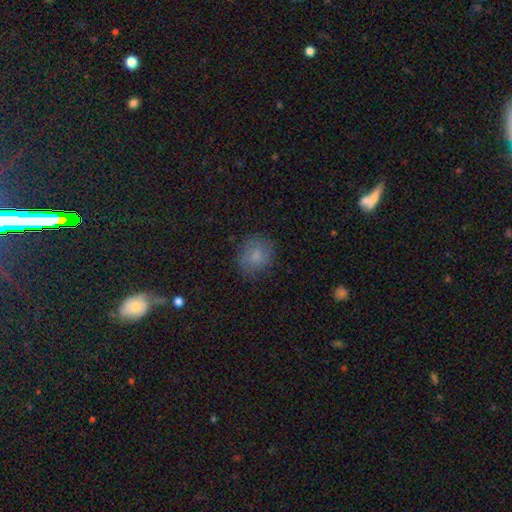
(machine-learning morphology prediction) smooth_or_featured: smooth (p=0.79) [alt: featured or disk p=0.12]
how_rounded: round (p=0.73) [alt: in between p=0.26]
merging: none (p=0.77) [alt: minor disturbance p=0.17]